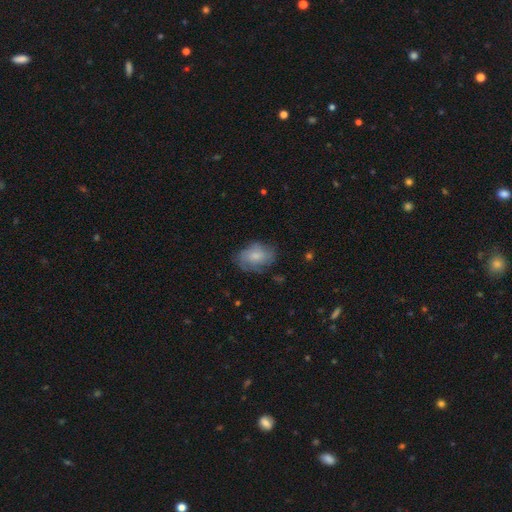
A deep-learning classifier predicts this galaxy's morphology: This is possibly a smooth galaxy (57%). How rounded: likely in between (78%). Merging: likely none (62%).